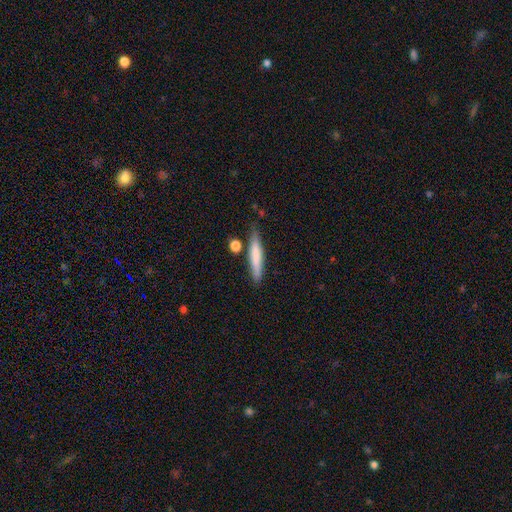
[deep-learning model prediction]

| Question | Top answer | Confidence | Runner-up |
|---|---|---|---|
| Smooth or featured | smooth | 71% | featured or disk (23%) |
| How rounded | cigar-shaped | 92% | in between (7%) |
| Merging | none | 76% | minor disturbance (15%) |